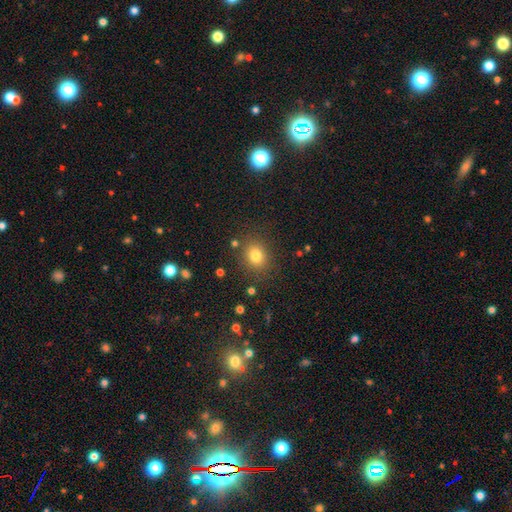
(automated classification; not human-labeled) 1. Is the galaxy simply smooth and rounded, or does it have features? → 78% smooth, 14% star or artifact, 8% featured or disk.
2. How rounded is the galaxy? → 66% round, 33% in between, 1% cigar-shaped.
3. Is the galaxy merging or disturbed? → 85% none, 9% minor disturbance, 4% major disturbance, 3% merger.